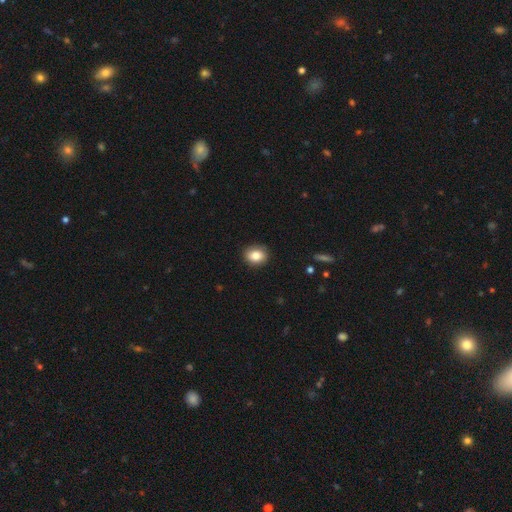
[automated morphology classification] type=smooth (83%); roundness=round (54%); merging=none (88%).